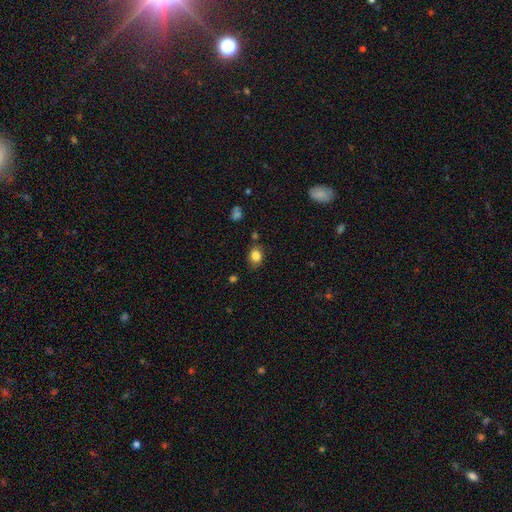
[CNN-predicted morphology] smooth_or_featured: smooth (p=0.82) [alt: star or artifact p=0.10]
how_rounded: in between (p=0.55) [alt: round p=0.44]
merging: none (p=0.77) [alt: minor disturbance p=0.16]